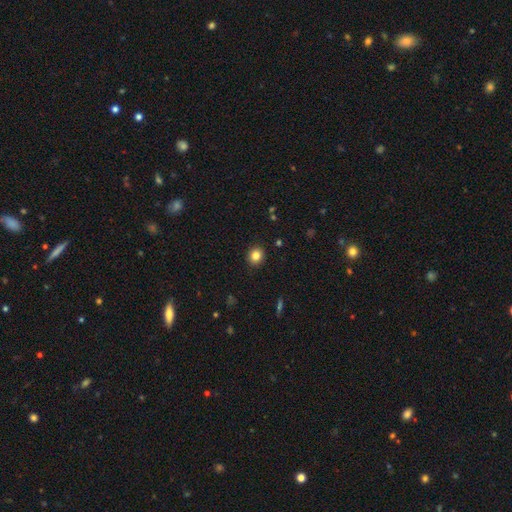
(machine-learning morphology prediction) Overall: smooth (82%). How rounded: round (80%). Merging: none (91%).